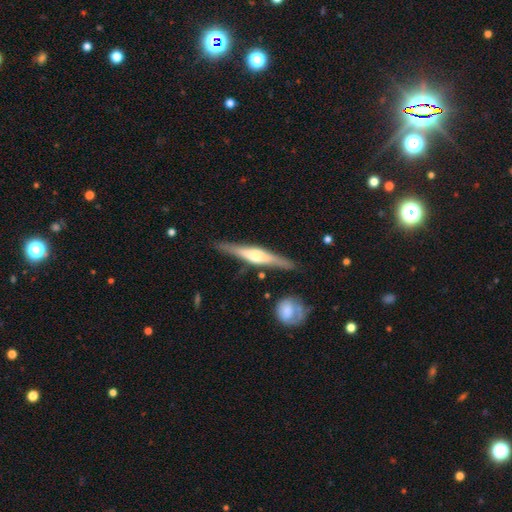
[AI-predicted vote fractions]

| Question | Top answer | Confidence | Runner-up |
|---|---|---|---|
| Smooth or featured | featured or disk | 70% | smooth (25%) |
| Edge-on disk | yes | 97% | no (3%) |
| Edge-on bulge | rounded | 83% | boxy (13%) |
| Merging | none | 85% | minor disturbance (10%) |